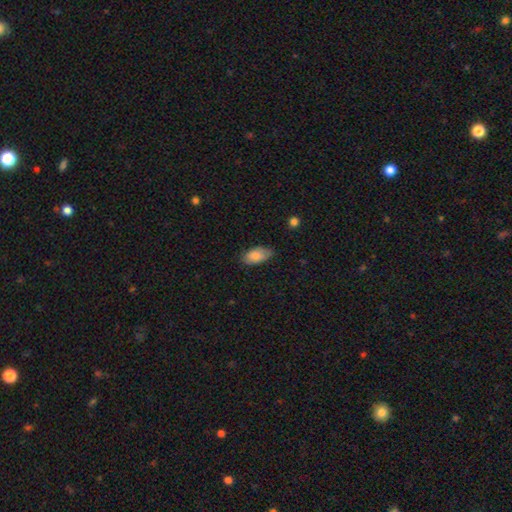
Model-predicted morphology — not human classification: A smooth galaxy with no disk features (83%) that is in between round and cigar-shaped (93%).

Vote fractions:
- Smooth or featured? smooth: 83% / featured or disk: 10% / star or artifact: 7%
- How rounded? in between: 93% / cigar-shaped: 4% / round: 3%
- Merging? none: 73% / minor disturbance: 22% / major disturbance: 4% / merger: 1%